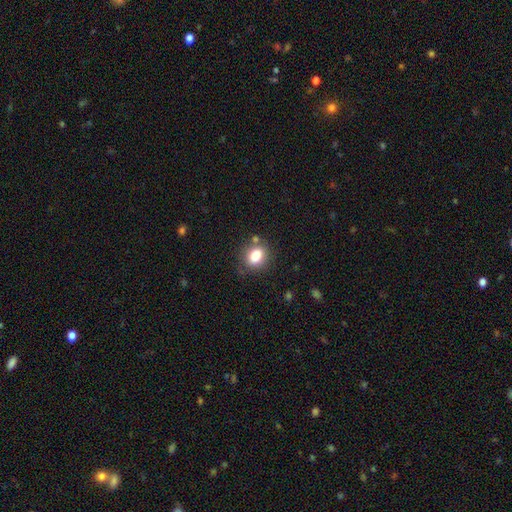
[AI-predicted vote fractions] smooth 81%, star or artifact 11%, featured or disk 9%. Down the decision tree: how rounded — in between (51%); merging — none (78%).